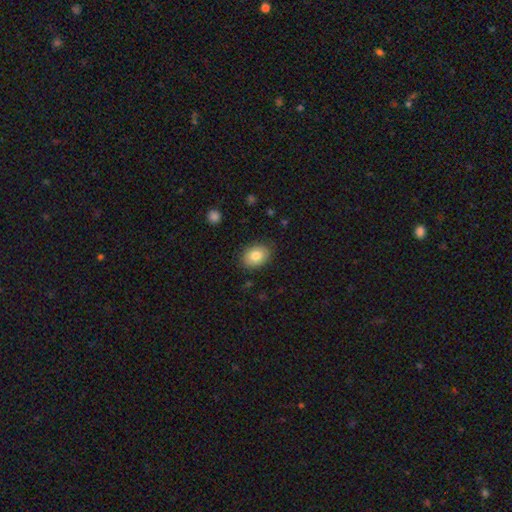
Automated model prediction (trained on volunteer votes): This appears to be a smooth galaxy with no disk features (80%) that is in between round and cigar-shaped (63%). Merging: none (86%).